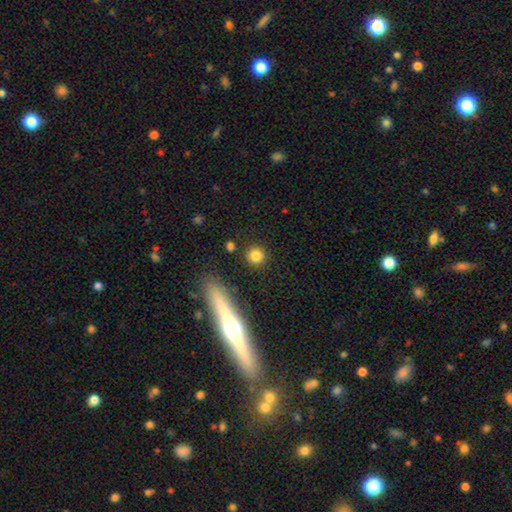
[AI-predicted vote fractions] Smooth or featured? smooth (82%)
How rounded? round (91%)
Merging? none (89%)